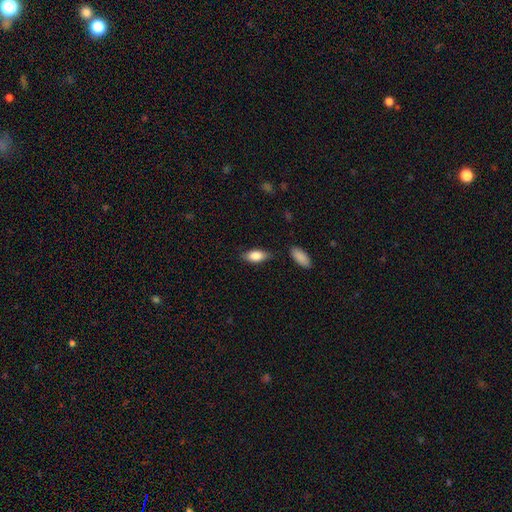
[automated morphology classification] smooth_or_featured: smooth (p=0.82) [alt: featured or disk p=0.11]
how_rounded: in between (p=0.86) [alt: cigar-shaped p=0.11]
merging: none (p=0.79) [alt: minor disturbance p=0.15]